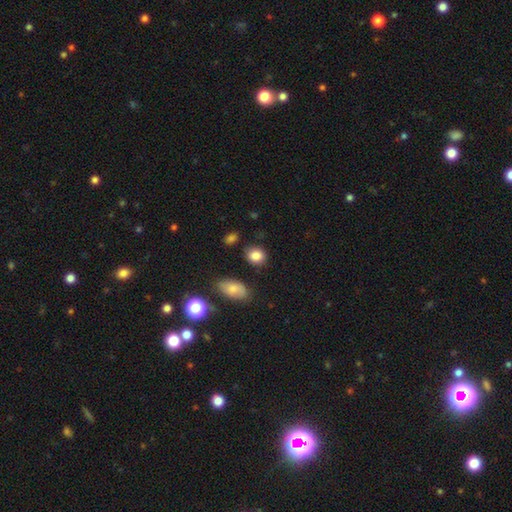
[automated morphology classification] This is clearly a smooth galaxy (86%). How rounded: possibly round (58%). Merging: clearly none (82%).